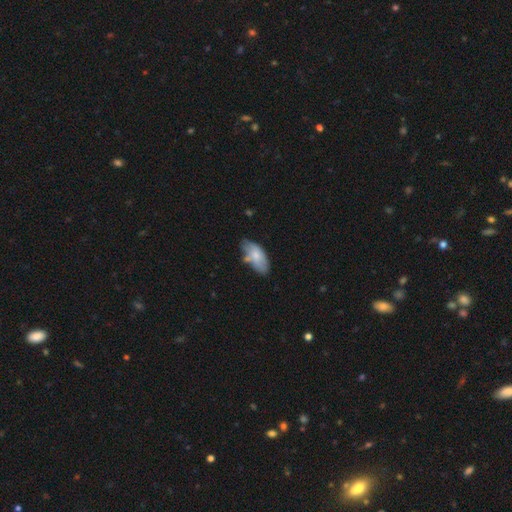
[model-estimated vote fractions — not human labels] Smooth or featured? Predicted: smooth (p=0.71). How rounded? Predicted: in between (p=0.91). Merging? Predicted: none (p=0.53).